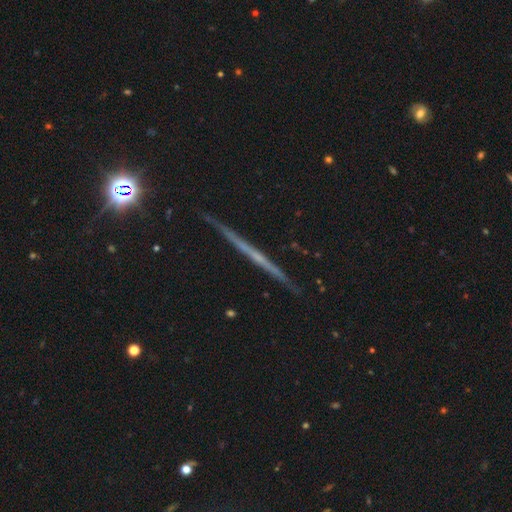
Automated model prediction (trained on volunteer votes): This appears to be a featured or disk galaxy (71%) viewed edge-on (98%) with no central bulge (80%). Merging: none (91%).